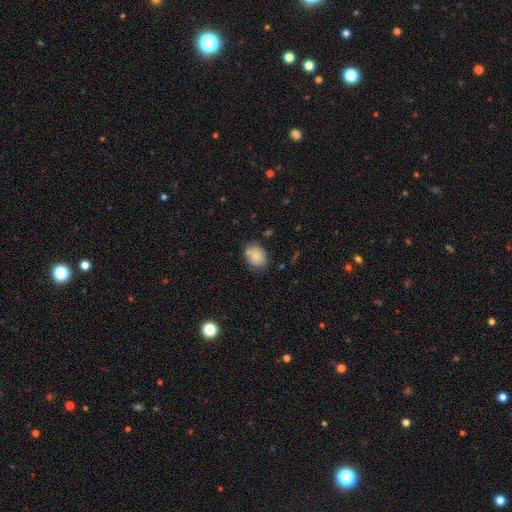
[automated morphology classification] This appears to be a smooth galaxy with no disk features (82%) that is in between round and cigar-shaped (67%). Merging: none (75%).